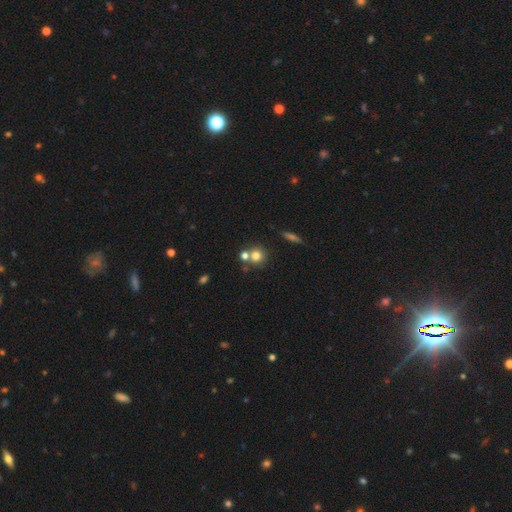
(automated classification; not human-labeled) smooth-or-featured: smooth: 74% | star or artifact: 14% | featured or disk: 12%
  how-rounded: round: 88% | in between: 11% | cigar-shaped: 1%
  merging: none: 56% | merger: 33% | minor disturbance: 8% | major disturbance: 3%